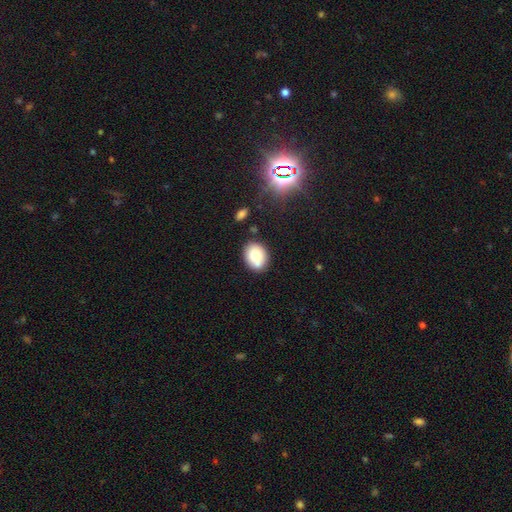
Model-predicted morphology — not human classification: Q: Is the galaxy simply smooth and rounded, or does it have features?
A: smooth — 78%.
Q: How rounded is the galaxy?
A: in between — 58%.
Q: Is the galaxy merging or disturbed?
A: none — 68%.